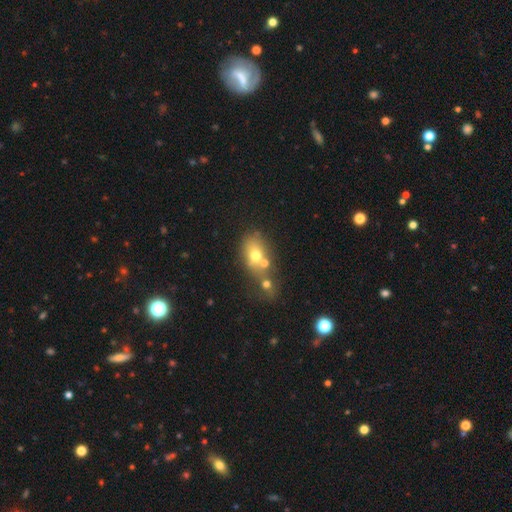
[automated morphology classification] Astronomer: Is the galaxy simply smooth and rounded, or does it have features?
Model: smooth — 64%.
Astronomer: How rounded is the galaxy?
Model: in between — 67%.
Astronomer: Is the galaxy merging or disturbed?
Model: merger — 49% (runner-up: none, 32%).